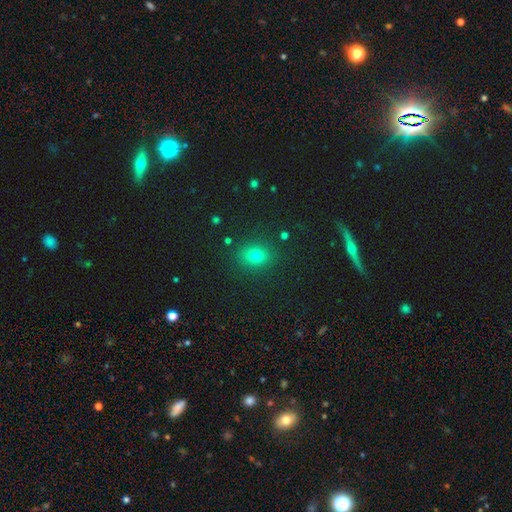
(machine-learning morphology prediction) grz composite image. It shows a smooth galaxy with no disk features (75%) that is round (53%). Merging: none (85%).